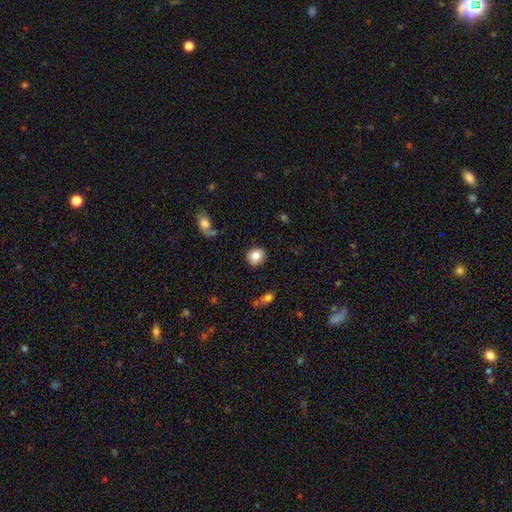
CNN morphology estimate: Overall: smooth (84%). How rounded: round (84%). Merging: none (89%).